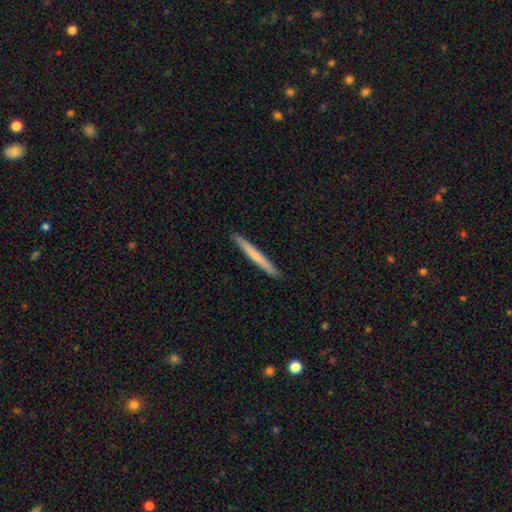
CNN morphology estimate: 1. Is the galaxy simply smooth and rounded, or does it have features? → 63% smooth, 32% featured or disk, 5% star or artifact.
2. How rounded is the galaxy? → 97% cigar-shaped, 2% in between, 1% round.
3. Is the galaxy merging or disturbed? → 92% none, 6% minor disturbance, 1% major disturbance, 1% merger.